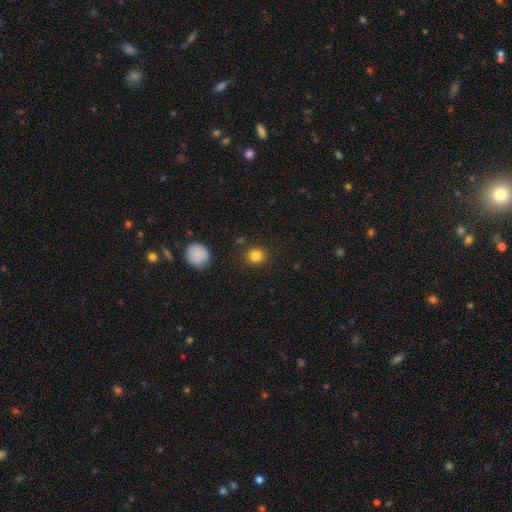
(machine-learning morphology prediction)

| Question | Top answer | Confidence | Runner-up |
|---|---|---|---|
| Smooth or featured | smooth | 83% | star or artifact (11%) |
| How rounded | round | 82% | in between (17%) |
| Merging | none | 87% | minor disturbance (8%) |